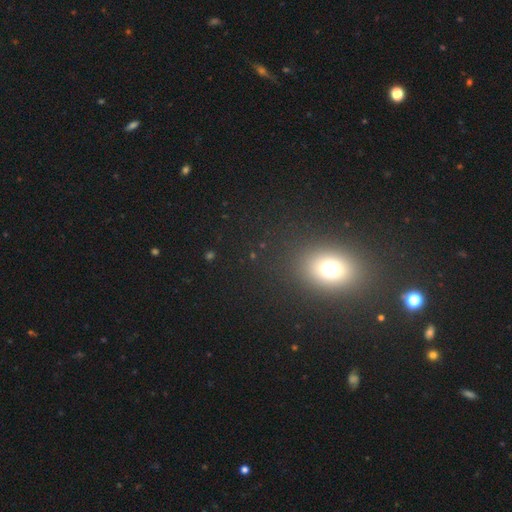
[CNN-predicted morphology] The model was most divided on "how rounded": in between: 67%, round: 31%, cigar-shaped: 2%. More confident: merging — none (89%); smooth or featured — smooth (65%).